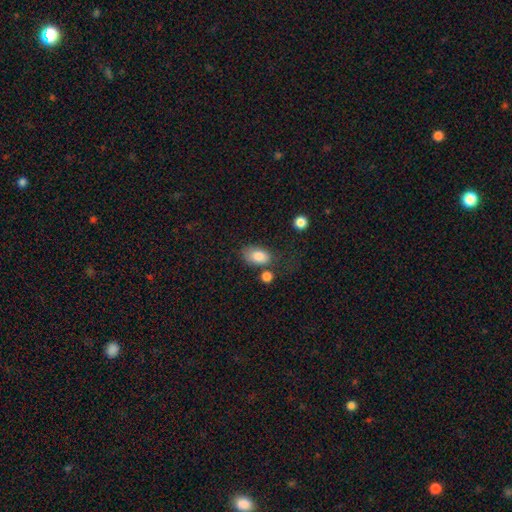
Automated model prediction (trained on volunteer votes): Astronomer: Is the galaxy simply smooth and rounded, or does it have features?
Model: smooth — 84%.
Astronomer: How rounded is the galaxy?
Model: in between — 87%.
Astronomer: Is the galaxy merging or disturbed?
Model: none — 56%.